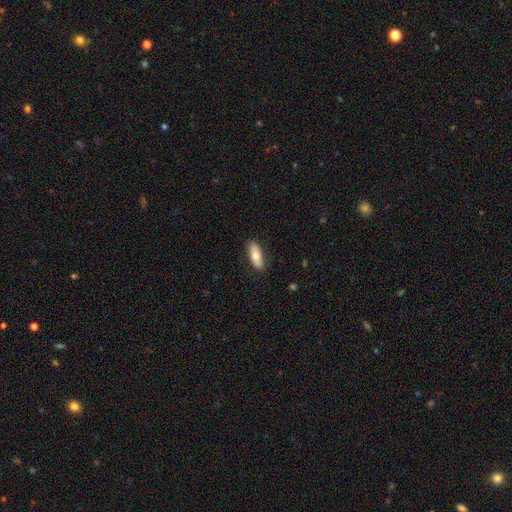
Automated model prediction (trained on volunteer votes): Morphology: type=smooth (70%); roundness=in between (63%); merging=none (87%).